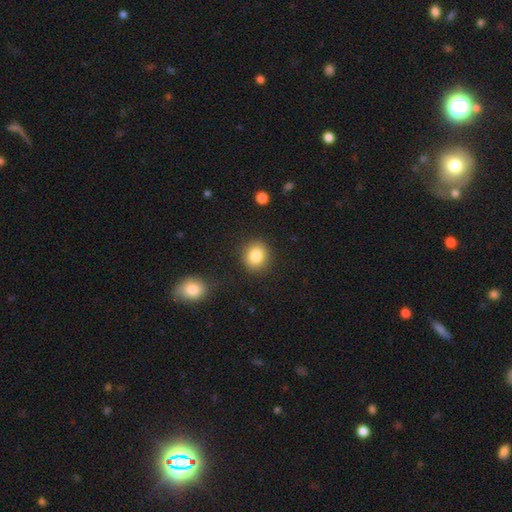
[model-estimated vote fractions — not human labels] Q: Smooth or featured?
A: smooth (85%); runner-up: star or artifact (9%)
Q: How rounded?
A: round (77%); runner-up: in between (22%)
Q: Merging?
A: none (87%); runner-up: minor disturbance (8%)